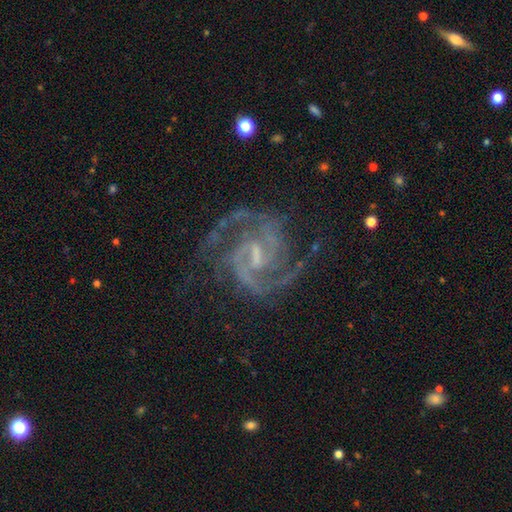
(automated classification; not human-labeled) smooth-or-featured: featured or disk: 92% | star or artifact: 5% | smooth: 3%
  disk-edge-on: no: 98% | yes: 2%
    bar: weak: 57% | strong: 27% | no: 17%
    has-spiral-arms: yes: 98% | no: 2%
      spiral-winding: medium: 55% | tight: 37% | loose: 8%
      spiral-arm-count: 2: 82% | 3: 8% | can't tell: 4% | 4: 2% | 1: 2% | more than 4: 2%
    bulge-size: small: 50% | none: 27% | moderate: 20% | large: 2% | dominant: 1%
  merging: none: 74% | minor disturbance: 16% | major disturbance: 9% | merger: 2%